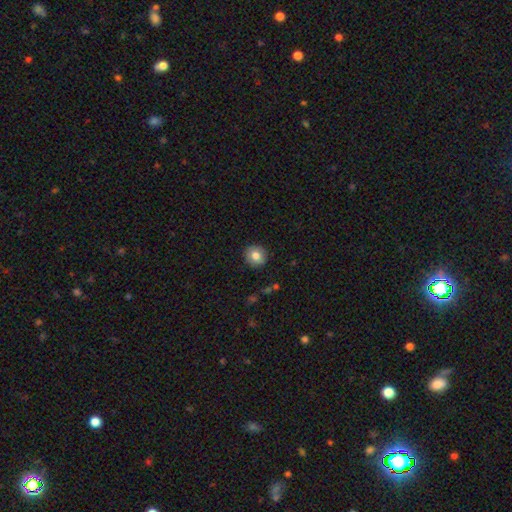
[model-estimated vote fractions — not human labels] Smooth or featured? smooth (80%)
How rounded? round (92%)
Merging? none (90%)